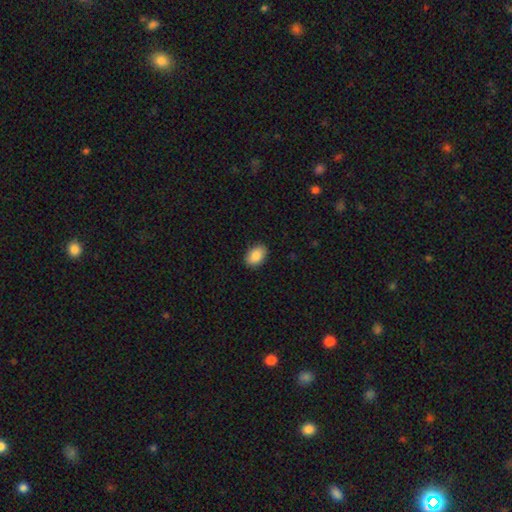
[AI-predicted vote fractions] Smooth or featured?
  - smooth: 88% *
  - star or artifact: 7%
  - featured or disk: 5%
How rounded?
  - in between: 87% *
  - round: 12%
  - cigar-shaped: 1%
Merging?
  - none: 89% *
  - minor disturbance: 8%
  - major disturbance: 2%
  - merger: 1%